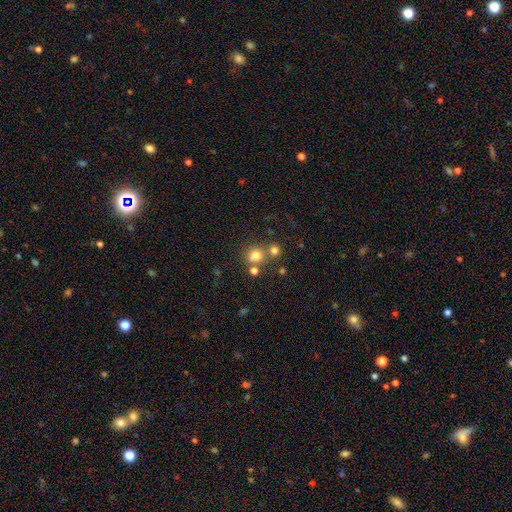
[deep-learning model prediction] This appears to be a smooth galaxy with no disk features (74%) that is round (83%). Merging: none (58%).